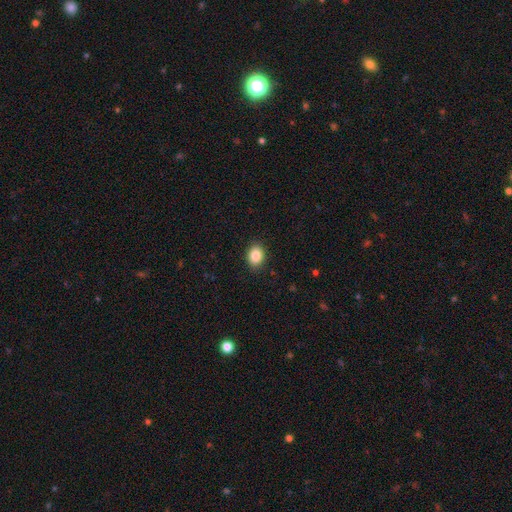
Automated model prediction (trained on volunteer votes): Smooth or featured? Predicted: smooth (p=0.86). How rounded? Predicted: in between (p=0.57). Merging? Predicted: none (p=0.90).